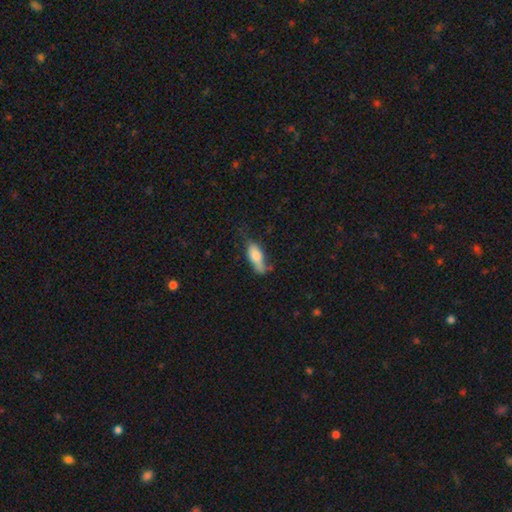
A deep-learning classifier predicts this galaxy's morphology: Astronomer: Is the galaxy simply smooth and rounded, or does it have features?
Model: smooth — 74%.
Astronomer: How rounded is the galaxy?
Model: in between — 74%.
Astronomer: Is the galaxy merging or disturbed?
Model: none — 38% (runner-up: minor disturbance, 34%).